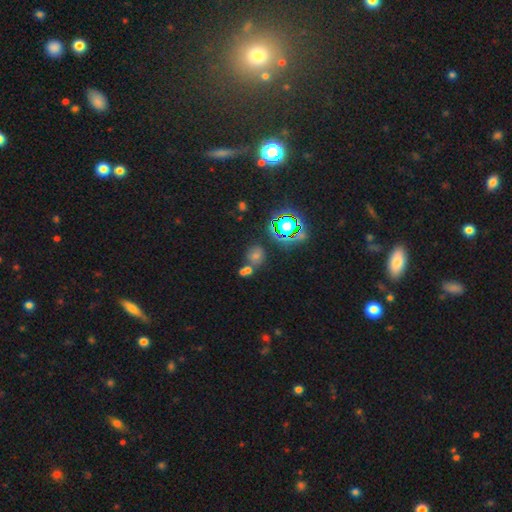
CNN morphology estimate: Q: Smooth or featured?
A: star or artifact (46%); runner-up: smooth (44%)